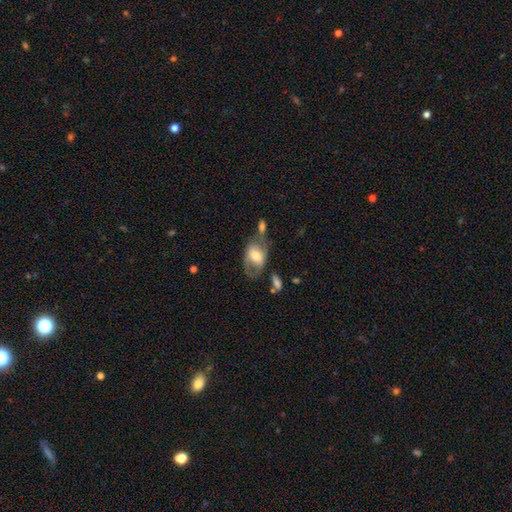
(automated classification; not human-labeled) A smooth galaxy with no disk features (48%).

Vote fractions:
- Smooth or featured? smooth: 48% / featured or disk: 45% / star or artifact: 7%
- Merging? none: 42% / minor disturbance: 22% / merger: 19% / major disturbance: 17%